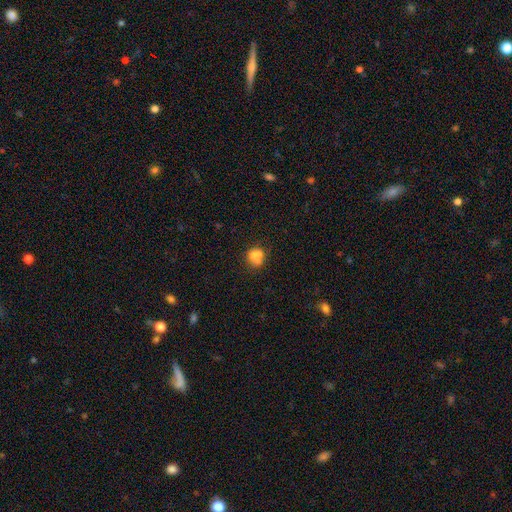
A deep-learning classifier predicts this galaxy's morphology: Q: Smooth or featured?
A: smooth (72%); runner-up: featured or disk (16%)
Q: How rounded?
A: round (71%); runner-up: in between (28%)
Q: Merging?
A: none (41%); runner-up: merger (36%)